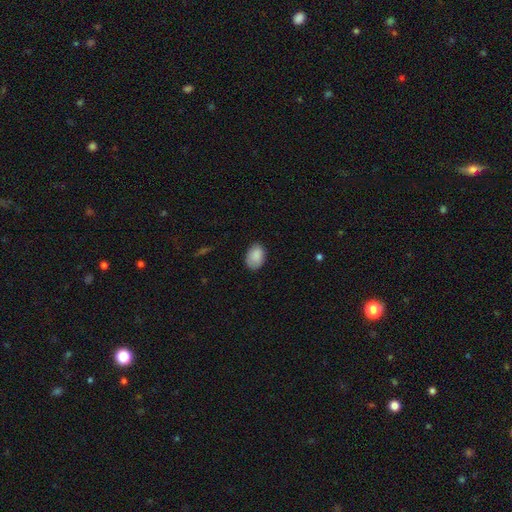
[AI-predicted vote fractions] smooth 88%, star or artifact 7%, featured or disk 5%. Down the decision tree: how rounded — in between (83%); merging — none (77%).